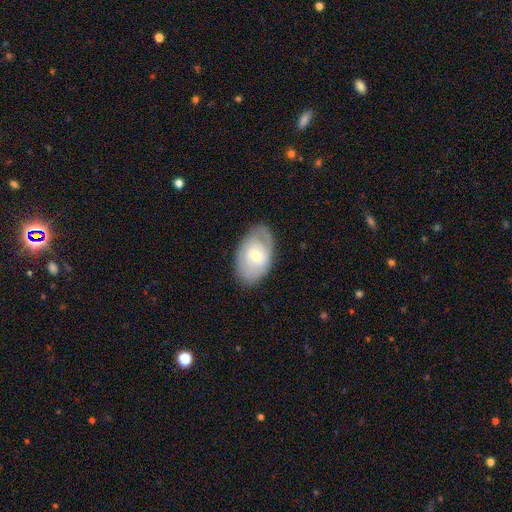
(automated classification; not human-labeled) This is likely a featured or disk galaxy (64%). It is clearly not viewed edge-on (93%). Bar: likely no (64%). Spiral arm pattern: likely yes (73%). Central bulge: possibly moderate (56%). Merging: likely none (77%).